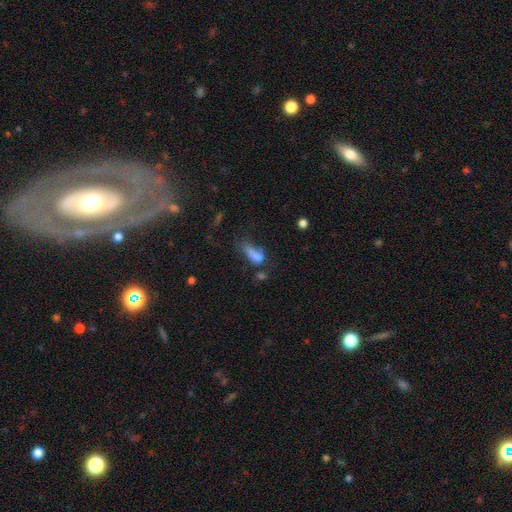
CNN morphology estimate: A smooth galaxy with no disk features (61%) that is in between round and cigar-shaped (69%). Merging: merger (36%).